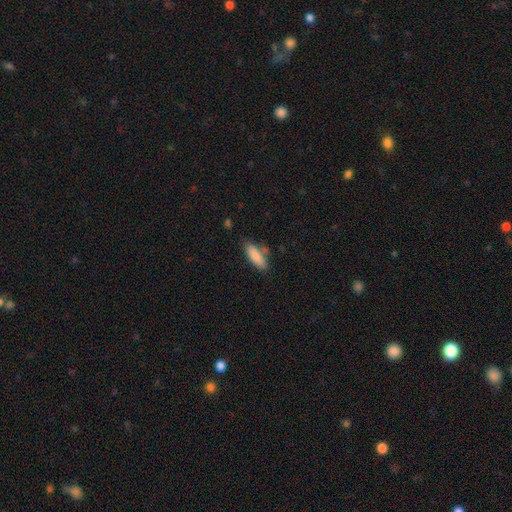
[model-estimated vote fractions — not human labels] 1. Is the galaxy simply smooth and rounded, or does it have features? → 87% smooth, 7% featured or disk, 6% star or artifact.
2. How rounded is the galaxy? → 61% in between, 37% cigar-shaped, 2% round.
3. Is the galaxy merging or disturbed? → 74% none, 17% minor disturbance, 6% merger, 4% major disturbance.